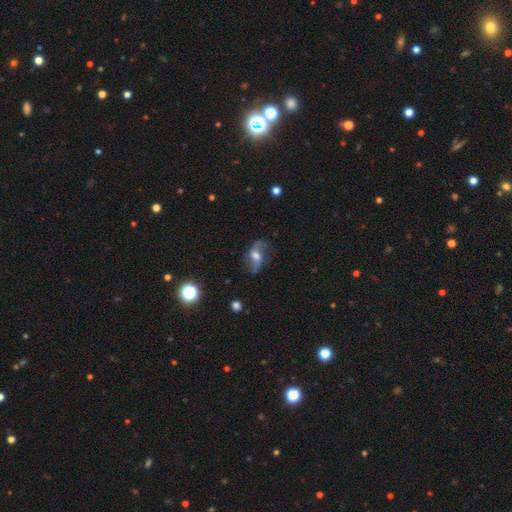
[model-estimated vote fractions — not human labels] This is likely a featured or disk galaxy (71%). It is clearly not viewed edge-on (93%). Bar: marginally weak (43%). Spiral arm pattern: clearly yes (88%). Spiral arm count: clearly 2 (89%). Spiral winding: likely loose (77%). Central bulge: possibly moderate (60%). Merging: likely none (65%).